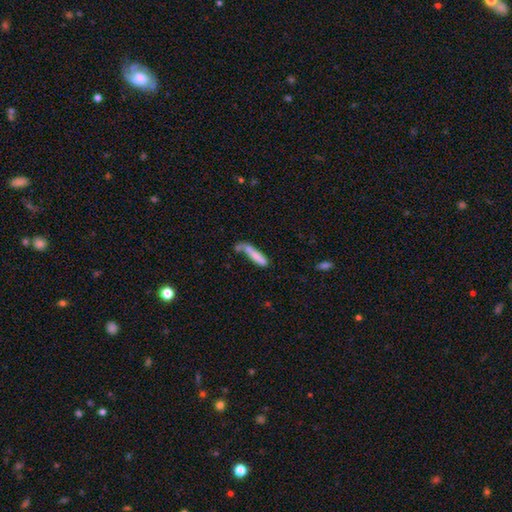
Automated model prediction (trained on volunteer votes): smooth_or_featured: smooth (p=0.73) [alt: featured or disk p=0.19]
how_rounded: cigar-shaped (p=0.80) [alt: in between p=0.18]
merging: none (p=0.38) [alt: merger p=0.30]